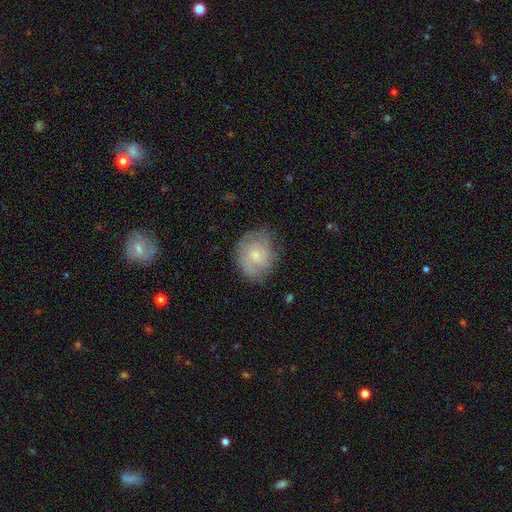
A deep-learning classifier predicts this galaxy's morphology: Overall: featured or disk (56%; smooth 36%). Edge-on disk: no (97%). Bar: no (72%). Spiral arms: yes (83%). Bulge size: small (65%; moderate 27%). Merging: none (73%).